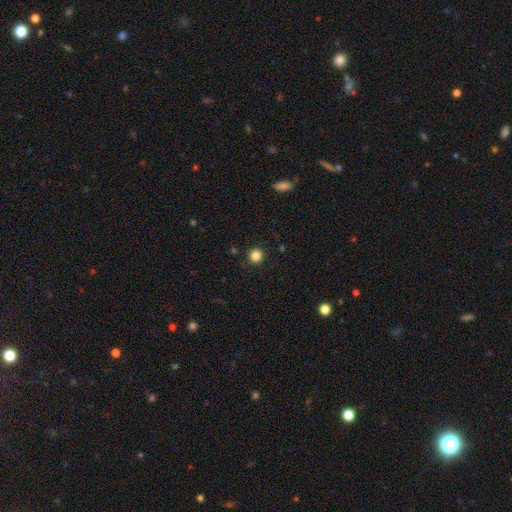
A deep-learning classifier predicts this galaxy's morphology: Smooth or featured? Predicted: smooth (p=0.84). How rounded? Predicted: round (p=0.94). Merging? Predicted: none (p=0.91).